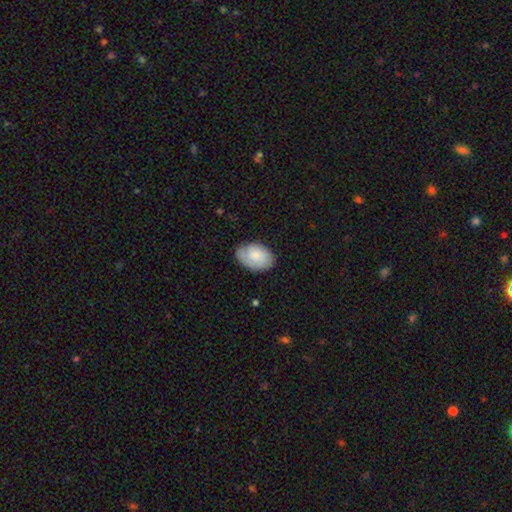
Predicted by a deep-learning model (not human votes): Smooth or featured? smooth (77%)
How rounded? in between (87%)
Merging? none (71%)